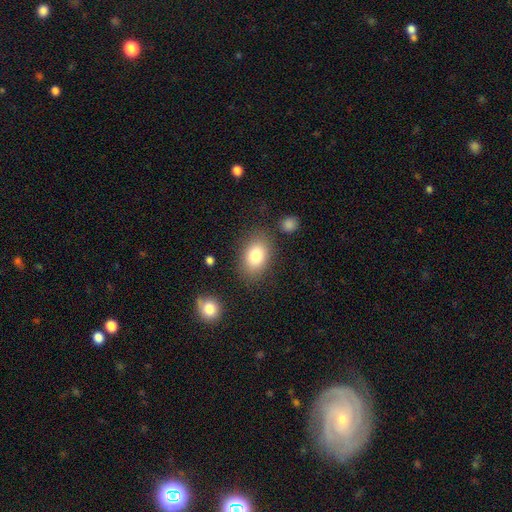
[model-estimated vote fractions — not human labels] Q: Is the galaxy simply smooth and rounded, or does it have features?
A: smooth — 82%.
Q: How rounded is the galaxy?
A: in between — 83%.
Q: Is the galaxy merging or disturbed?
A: none — 81%.